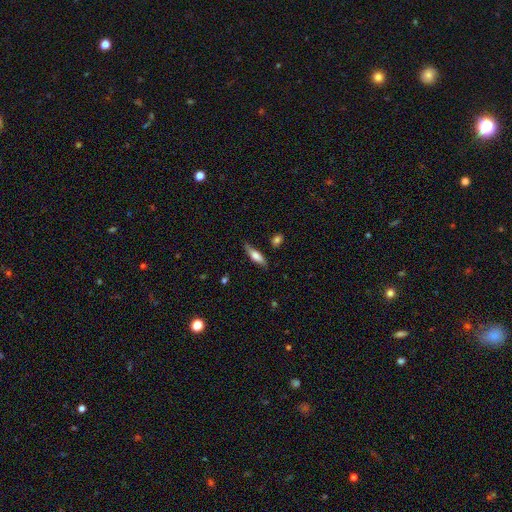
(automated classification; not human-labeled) Smooth or featured? Predicted: smooth (p=0.61). How rounded? Predicted: cigar-shaped (p=0.55). Merging? Predicted: none (p=0.71).